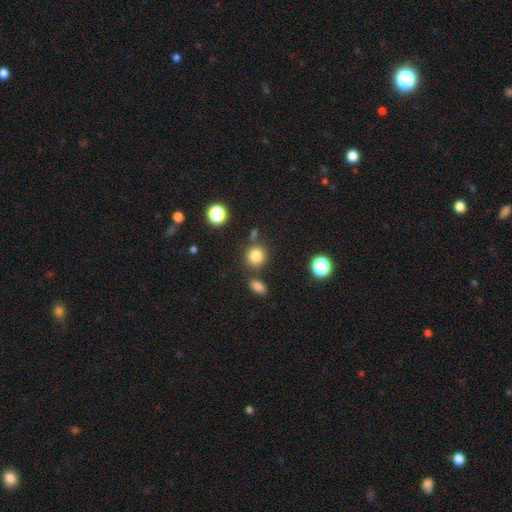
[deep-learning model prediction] Smooth or featured?
  - smooth: 82% *
  - star or artifact: 12%
  - featured or disk: 6%
How rounded?
  - round: 85% *
  - in between: 14%
  - cigar-shaped: 1%
Merging?
  - none: 75% *
  - merger: 11%
  - minor disturbance: 11%
  - major disturbance: 4%